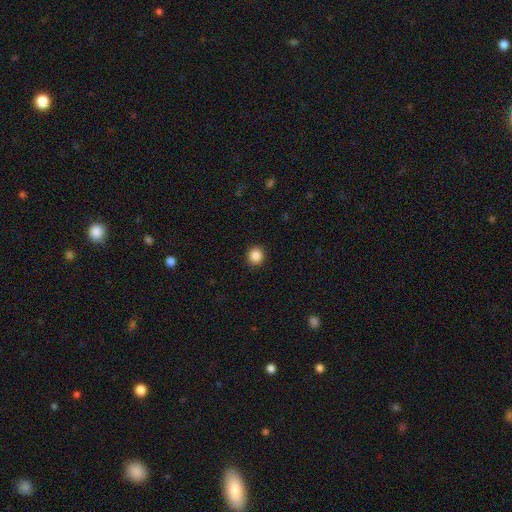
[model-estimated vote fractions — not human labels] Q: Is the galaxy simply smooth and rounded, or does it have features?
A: smooth — 87%.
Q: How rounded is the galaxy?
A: round — 91%.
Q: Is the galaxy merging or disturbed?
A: none — 92%.